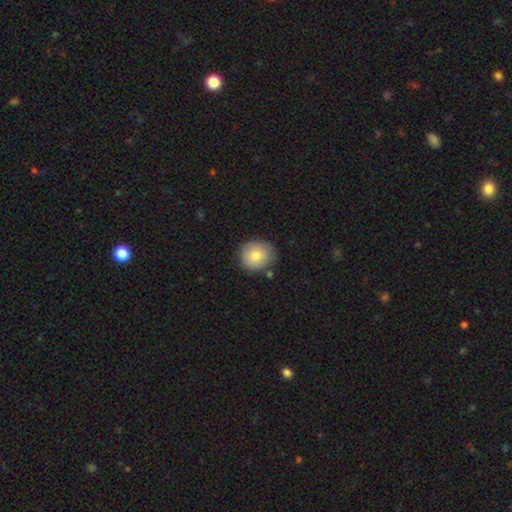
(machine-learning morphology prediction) This is likely a smooth galaxy (78%). How rounded: clearly round (83%). Merging: likely none (77%).